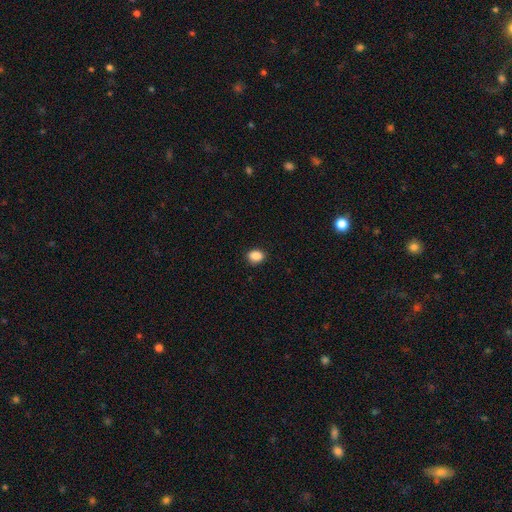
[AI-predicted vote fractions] smooth-or-featured: smooth: 88% | star or artifact: 9% | featured or disk: 3%
  how-rounded: in between: 58% | round: 41% | cigar-shaped: 1%
  merging: none: 89% | minor disturbance: 8% | major disturbance: 2% | merger: 1%